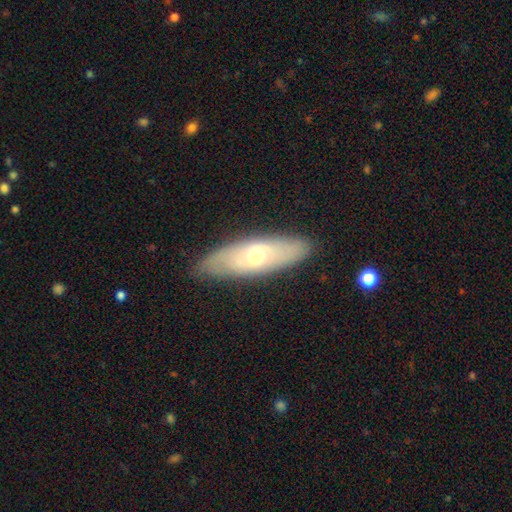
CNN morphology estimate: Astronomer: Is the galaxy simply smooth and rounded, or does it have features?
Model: featured or disk — 51% (runner-up: smooth, 43%).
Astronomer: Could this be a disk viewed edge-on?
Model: no — 64%.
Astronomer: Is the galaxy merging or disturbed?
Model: none — 85%.